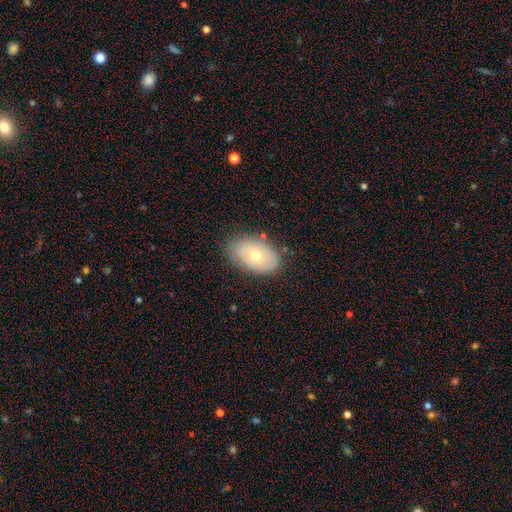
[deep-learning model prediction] Overall: smooth (55%; featured or disk 38%). How rounded: in between (89%). Merging: none (76%).